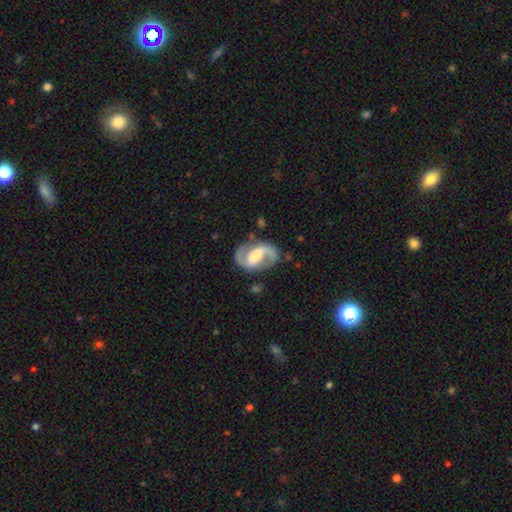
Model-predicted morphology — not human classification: type=featured or disk (89%); edge-on=no (98%); bar=weak (42%); spiral arms=yes (96%); winding=medium (55%); arm count=2 (93%); bulge=moderate (56%); merging=none (81%).